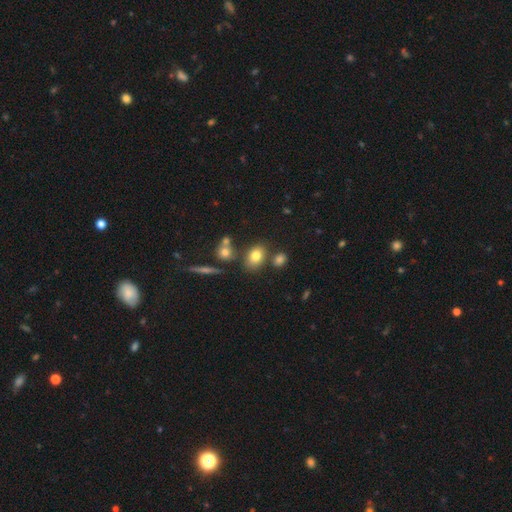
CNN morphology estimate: type=smooth (77%); roundness=in between (72%); merging=none (70%).